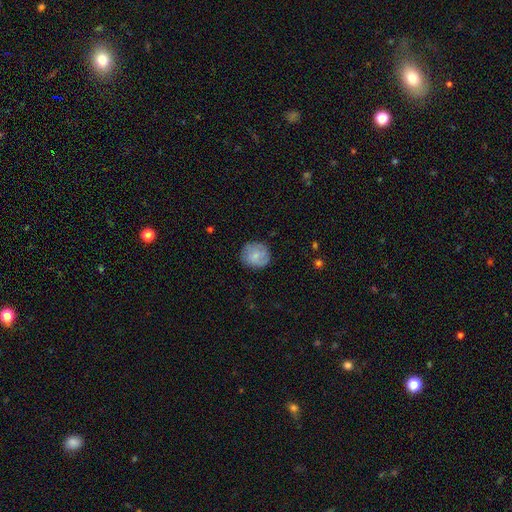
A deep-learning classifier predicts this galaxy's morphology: Smooth or featured? smooth (68%)
How rounded? round (83%)
Merging? none (79%)